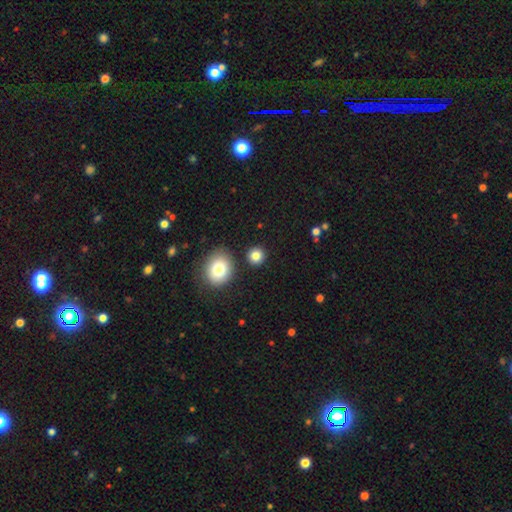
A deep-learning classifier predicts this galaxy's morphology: A smooth galaxy with no disk features (83%) that is round (89%).

Vote fractions:
- Smooth or featured? smooth: 83% / star or artifact: 11% / featured or disk: 6%
- How rounded? round: 89% / in between: 10% / cigar-shaped: 1%
- Merging? none: 86% / minor disturbance: 7% / merger: 5% / major disturbance: 2%